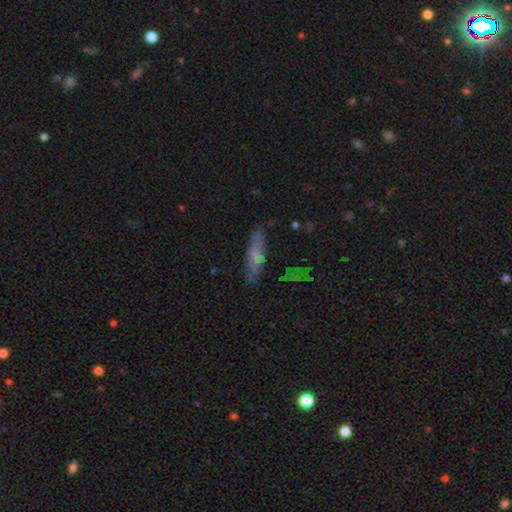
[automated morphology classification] smooth_or_featured: smooth (p=0.57) [alt: featured or disk p=0.34]
how_rounded: cigar-shaped (p=0.73) [alt: in between p=0.25]
merging: none (p=0.77) [alt: minor disturbance p=0.16]